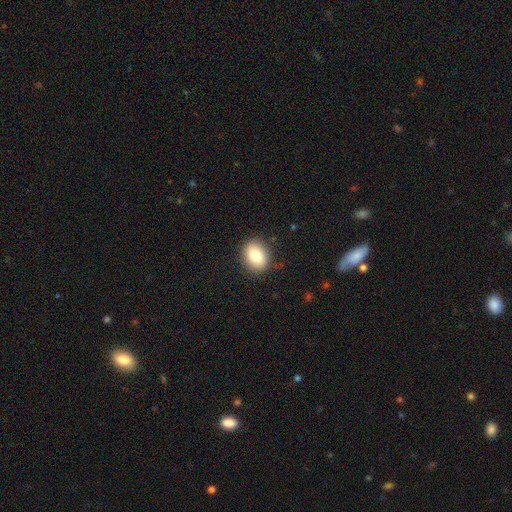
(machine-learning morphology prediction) smooth-or-featured: smooth: 78% | featured or disk: 13% | star or artifact: 9%
  how-rounded: in between: 50% | round: 49% | cigar-shaped: 1%
  merging: none: 88% | minor disturbance: 9% | major disturbance: 2% | merger: 1%